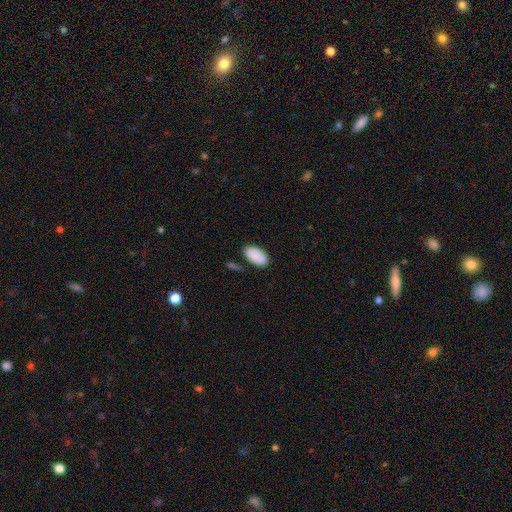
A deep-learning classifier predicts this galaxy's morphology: smooth_or_featured: smooth (p=0.88) [alt: star or artifact p=0.06]
how_rounded: in between (p=0.95) [alt: round p=0.03]
merging: none (p=0.78) [alt: minor disturbance p=0.14]